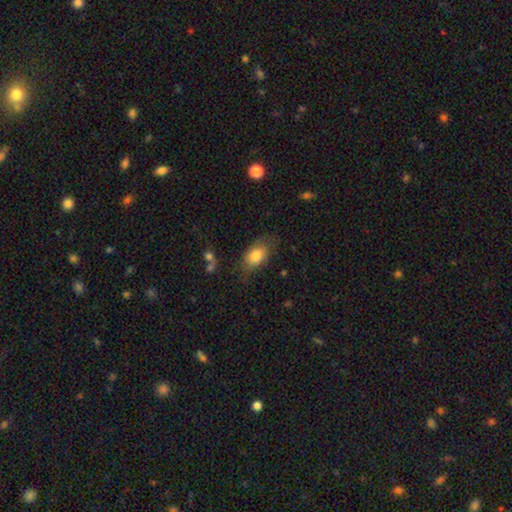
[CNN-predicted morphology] This is likely a smooth galaxy (78%). How rounded: clearly in between (87%). Merging: likely none (67%).